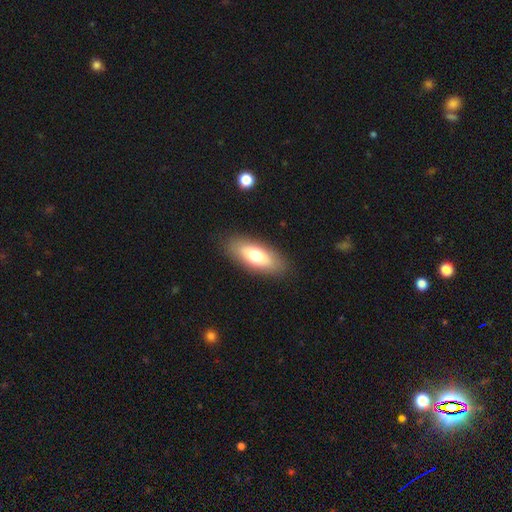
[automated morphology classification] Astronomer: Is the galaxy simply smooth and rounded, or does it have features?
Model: smooth — 67%.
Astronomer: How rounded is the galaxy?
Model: in between — 79%.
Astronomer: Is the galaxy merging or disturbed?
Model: none — 87%.